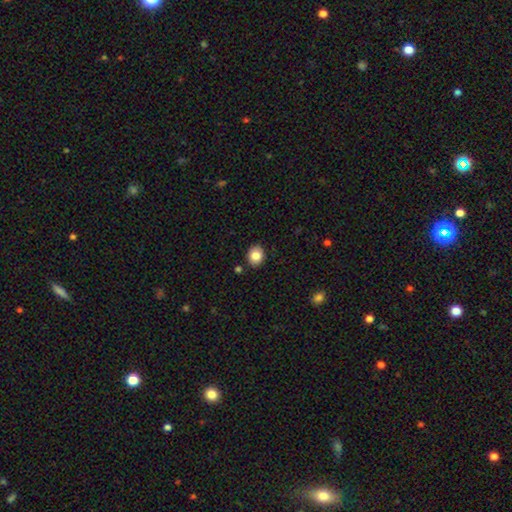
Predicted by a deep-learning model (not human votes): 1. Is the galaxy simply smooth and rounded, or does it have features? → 83% smooth, 9% star or artifact, 8% featured or disk.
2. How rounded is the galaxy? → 57% round, 43% in between, 1% cigar-shaped.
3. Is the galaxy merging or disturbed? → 87% none, 9% minor disturbance, 2% merger, 2% major disturbance.